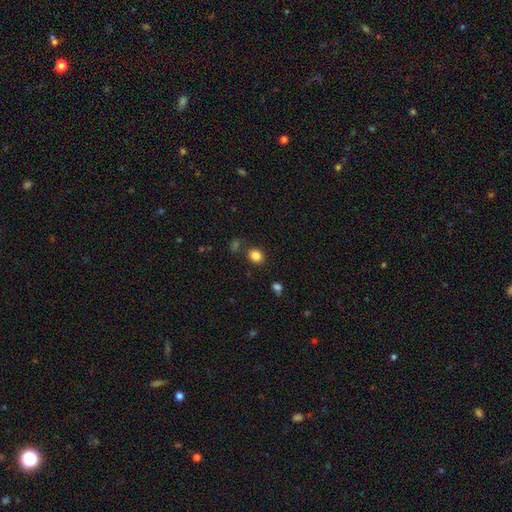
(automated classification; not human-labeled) Morphology: type=smooth (84%); roundness=round (67%); merging=none (81%).